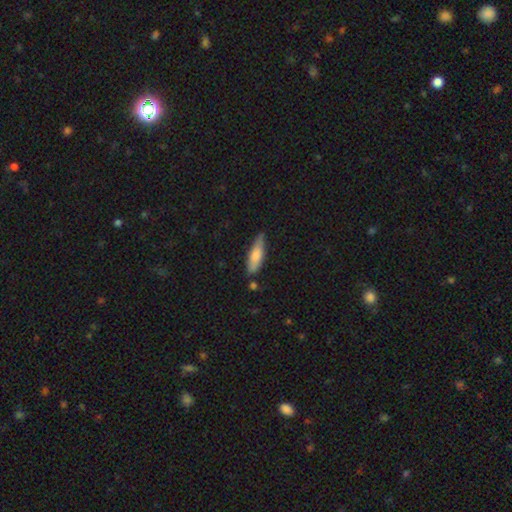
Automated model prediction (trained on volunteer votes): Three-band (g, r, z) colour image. It shows a smooth galaxy with no disk features (74%) that is cigar-shaped (59%). Merging: none (70%).